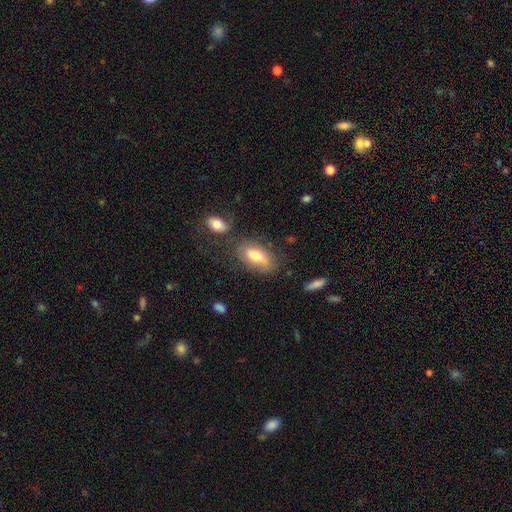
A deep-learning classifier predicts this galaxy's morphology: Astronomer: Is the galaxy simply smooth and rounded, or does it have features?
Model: smooth — 70%.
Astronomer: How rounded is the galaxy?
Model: in between — 90%.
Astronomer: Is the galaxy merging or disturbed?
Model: none — 65%.